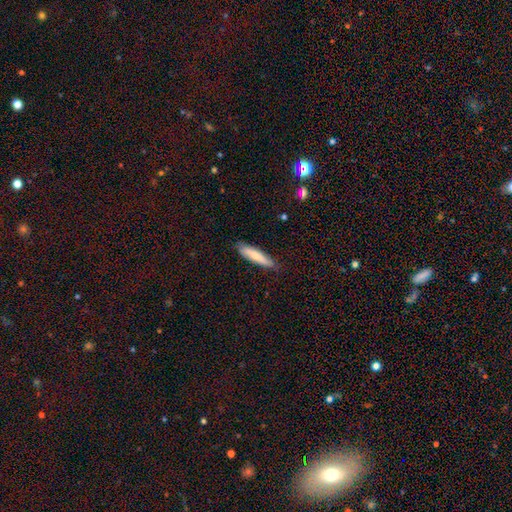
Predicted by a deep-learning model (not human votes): smooth_or_featured: smooth (p=0.76) [alt: featured or disk p=0.19]
how_rounded: cigar-shaped (p=0.80) [alt: in between p=0.19]
merging: none (p=0.82) [alt: minor disturbance p=0.15]